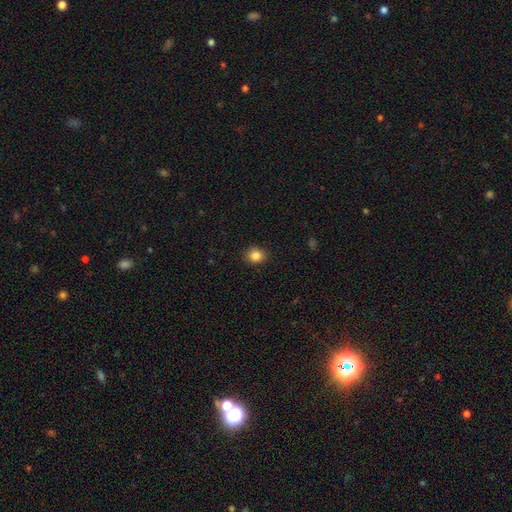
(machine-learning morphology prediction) Smooth or featured? Predicted: smooth (p=0.85). How rounded? Predicted: round (p=0.79). Merging? Predicted: none (p=0.90).